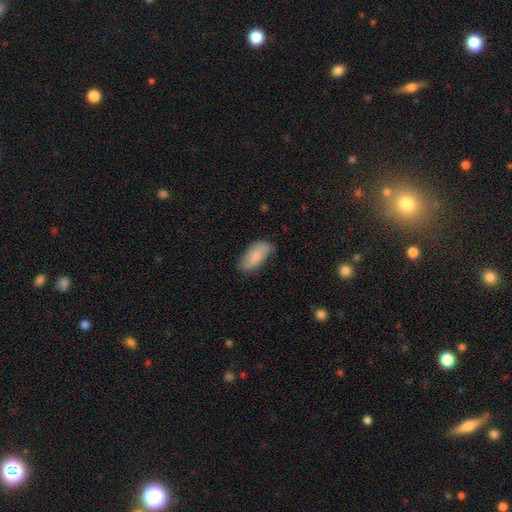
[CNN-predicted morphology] smooth_or_featured: smooth (p=0.82) [alt: featured or disk p=0.12]
how_rounded: in between (p=0.90) [alt: cigar-shaped p=0.08]
merging: none (p=0.69) [alt: minor disturbance p=0.24]